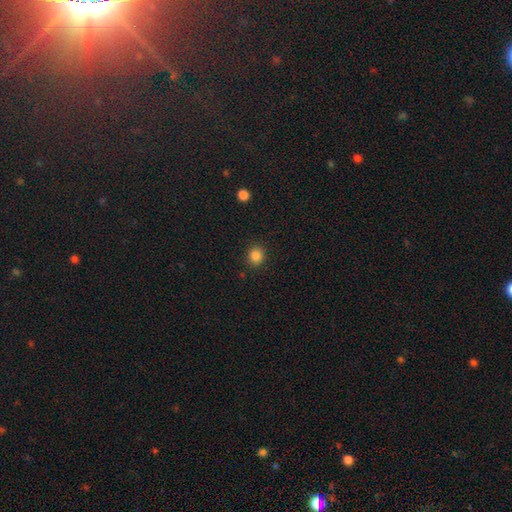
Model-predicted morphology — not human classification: Smooth or featured? smooth (85%)
How rounded? round (82%)
Merging? none (90%)